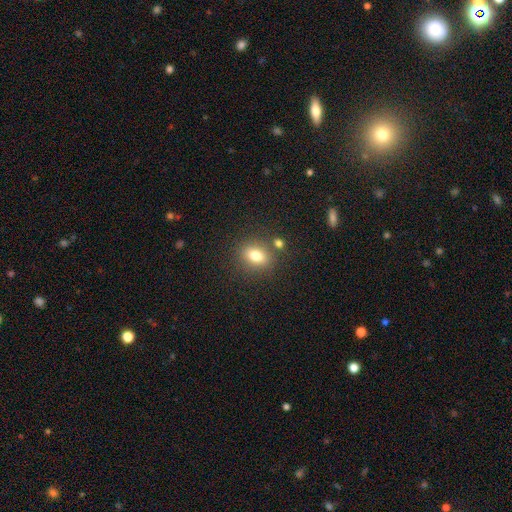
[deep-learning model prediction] Q: Smooth or featured?
A: smooth (78%); runner-up: star or artifact (12%)
Q: How rounded?
A: in between (54%); runner-up: round (45%)
Q: Merging?
A: none (76%); runner-up: minor disturbance (11%)